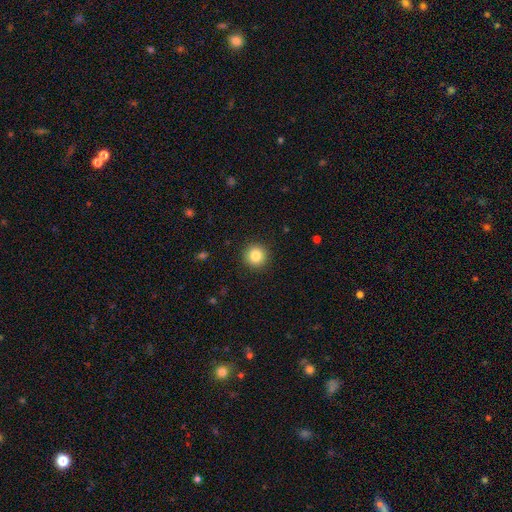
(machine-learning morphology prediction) smooth_or_featured: smooth (p=0.84) [alt: star or artifact p=0.10]
how_rounded: round (p=0.95) [alt: in between p=0.04]
merging: none (p=0.92) [alt: minor disturbance p=0.05]